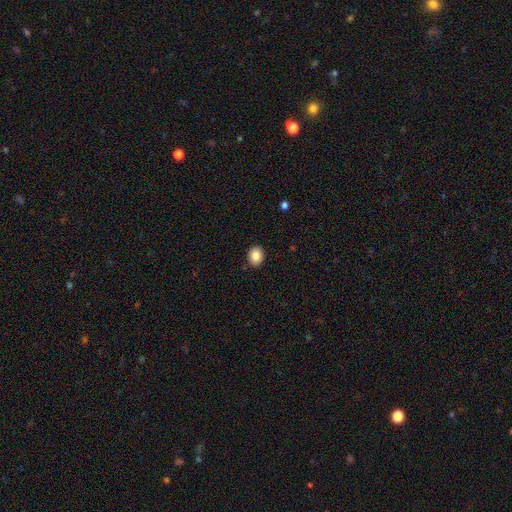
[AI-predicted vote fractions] smooth_or_featured: smooth (p=0.87) [alt: star or artifact p=0.08]
how_rounded: round (p=0.54) [alt: in between p=0.45]
merging: none (p=0.89) [alt: minor disturbance p=0.08]